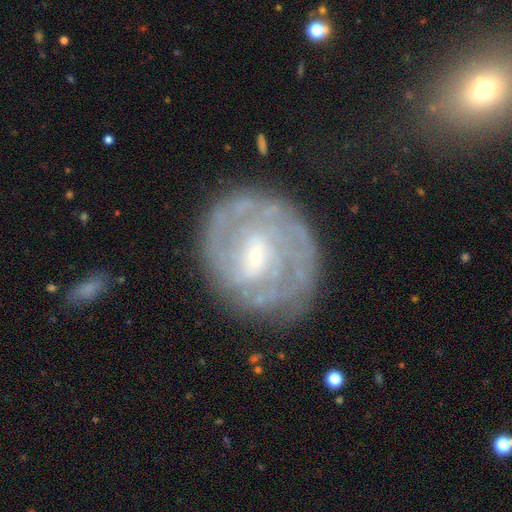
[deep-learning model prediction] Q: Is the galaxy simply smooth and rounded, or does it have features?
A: featured or disk — 79%.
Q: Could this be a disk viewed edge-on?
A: no — 97%.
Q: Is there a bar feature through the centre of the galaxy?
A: no — 44%.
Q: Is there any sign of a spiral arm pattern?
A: yes — 86%.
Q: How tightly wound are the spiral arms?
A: tight — 66%.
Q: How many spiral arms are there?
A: can't tell — 42%.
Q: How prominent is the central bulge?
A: small — 82%.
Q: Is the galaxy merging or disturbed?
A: none — 75%.